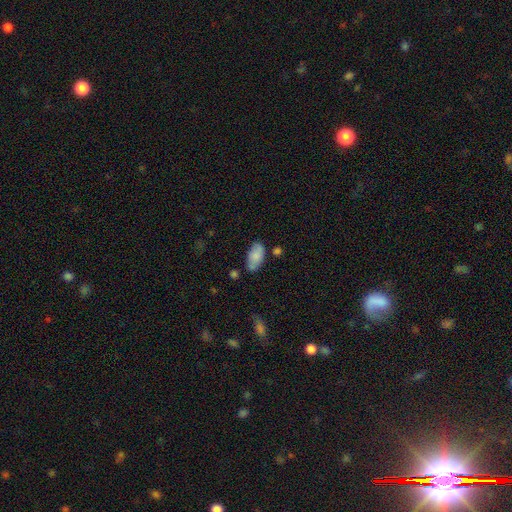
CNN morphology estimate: smooth-or-featured: smooth: 80% | featured or disk: 13% | star or artifact: 7%
  how-rounded: in between: 93% | cigar-shaped: 4% | round: 3%
  merging: none: 64% | minor disturbance: 22% | merger: 9% | major disturbance: 6%